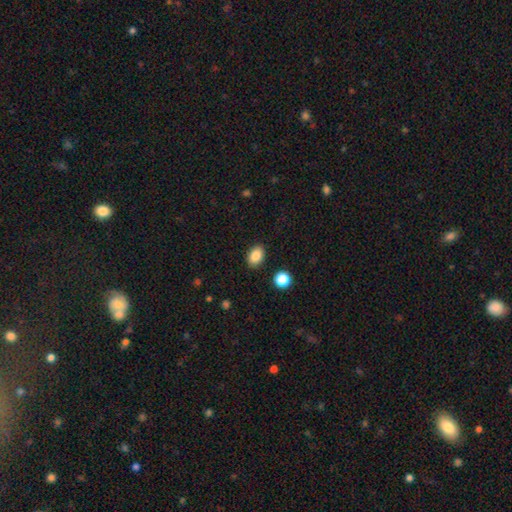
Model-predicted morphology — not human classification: A smooth galaxy with no disk features (86%) that is in between round and cigar-shaped (82%).

Vote fractions:
- Smooth or featured? smooth: 86% / star or artifact: 9% / featured or disk: 5%
- How rounded? in between: 82% / round: 17% / cigar-shaped: 1%
- Merging? none: 88% / minor disturbance: 8% / major disturbance: 2% / merger: 2%